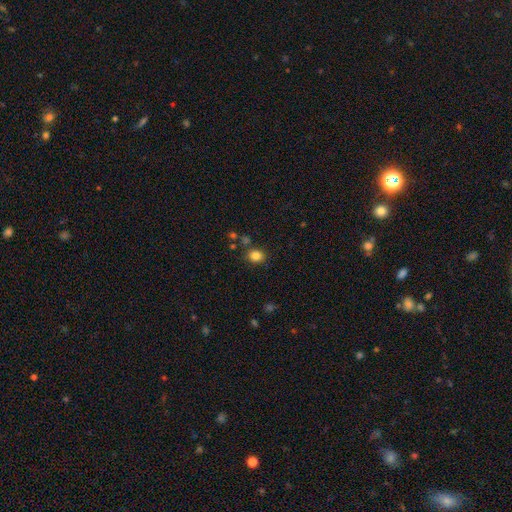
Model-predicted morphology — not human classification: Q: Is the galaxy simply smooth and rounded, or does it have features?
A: smooth — 82%.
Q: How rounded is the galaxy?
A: round — 75%.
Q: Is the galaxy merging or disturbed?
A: none — 83%.